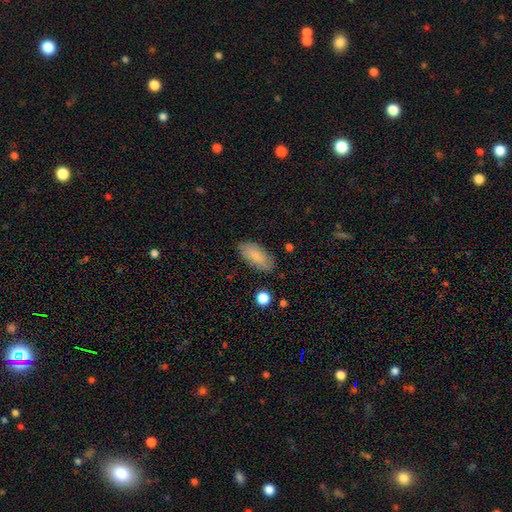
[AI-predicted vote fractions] Morphology: type=smooth (83%); roundness=in between (87%); merging=none (84%).